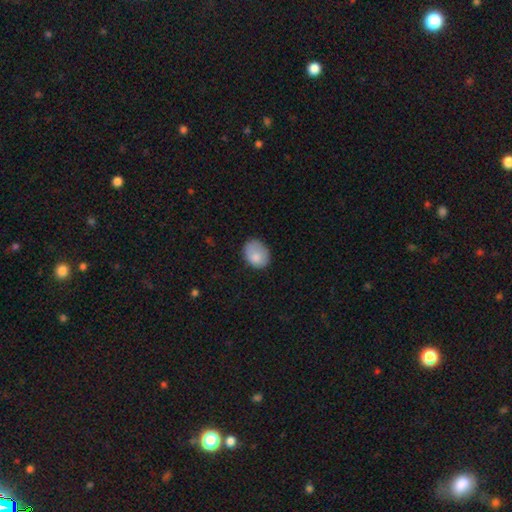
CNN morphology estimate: Q: Smooth or featured?
A: smooth (83%); runner-up: featured or disk (10%)
Q: How rounded?
A: in between (65%); runner-up: round (34%)
Q: Merging?
A: none (63%); runner-up: minor disturbance (27%)